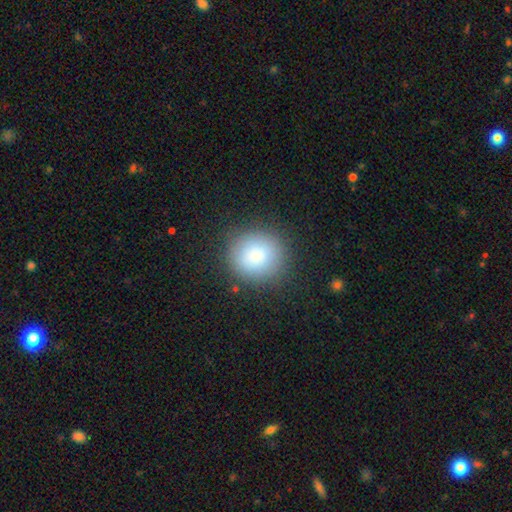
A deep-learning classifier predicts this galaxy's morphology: smooth-or-featured: smooth: 84% | star or artifact: 9% | featured or disk: 7%
  how-rounded: round: 89% | in between: 10% | cigar-shaped: 1%
  merging: none: 86% | minor disturbance: 9% | major disturbance: 4% | merger: 1%